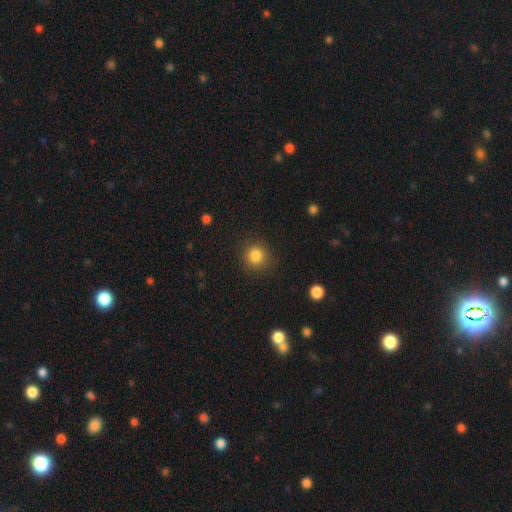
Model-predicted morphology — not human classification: Overall: smooth (84%). How rounded: round (90%). Merging: none (88%).